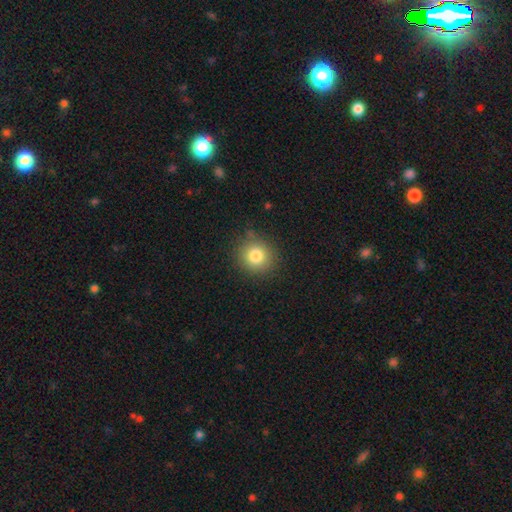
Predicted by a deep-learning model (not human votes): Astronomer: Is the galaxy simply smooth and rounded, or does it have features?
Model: smooth — 82%.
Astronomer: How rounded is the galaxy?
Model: round — 89%.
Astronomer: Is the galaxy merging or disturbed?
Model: none — 85%.